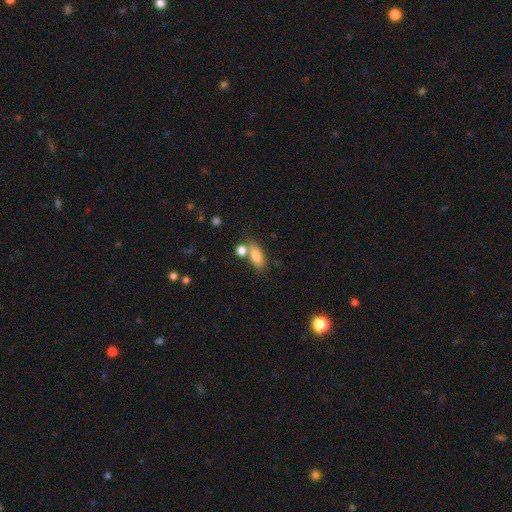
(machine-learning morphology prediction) smooth-or-featured: smooth: 82% | featured or disk: 9% | star or artifact: 9%
  how-rounded: in between: 82% | cigar-shaped: 10% | round: 9%
  merging: none: 53% | merger: 27% | minor disturbance: 14% | major disturbance: 6%